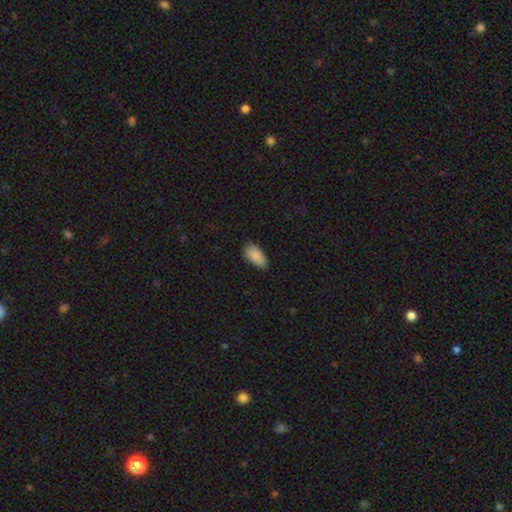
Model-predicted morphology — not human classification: Smooth or featured?
  - smooth: 89% *
  - star or artifact: 7%
  - featured or disk: 4%
How rounded?
  - in between: 93% *
  - cigar-shaped: 4%
  - round: 2%
Merging?
  - none: 78% *
  - minor disturbance: 18%
  - major disturbance: 3%
  - merger: 1%